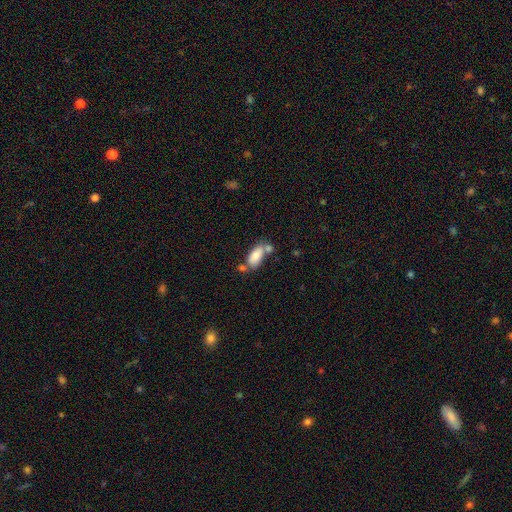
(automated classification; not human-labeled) This appears to be a smooth galaxy with no disk features (80%) that is in between round and cigar-shaped (86%). Merging: none (45%).